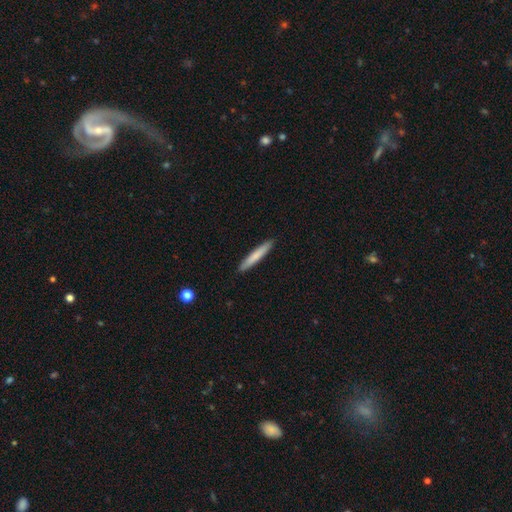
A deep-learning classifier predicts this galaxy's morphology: Smooth or featured? Predicted: smooth (p=0.76). How rounded? Predicted: cigar-shaped (p=0.94). Merging? Predicted: none (p=0.91).